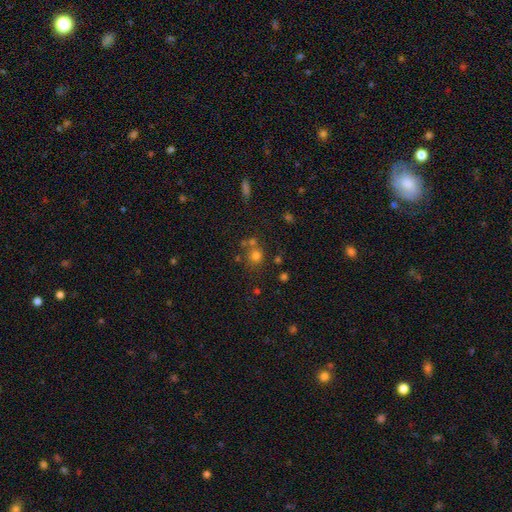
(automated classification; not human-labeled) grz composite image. It shows a smooth galaxy with no disk features (70%) that is round (85%). Merging: none (61%).